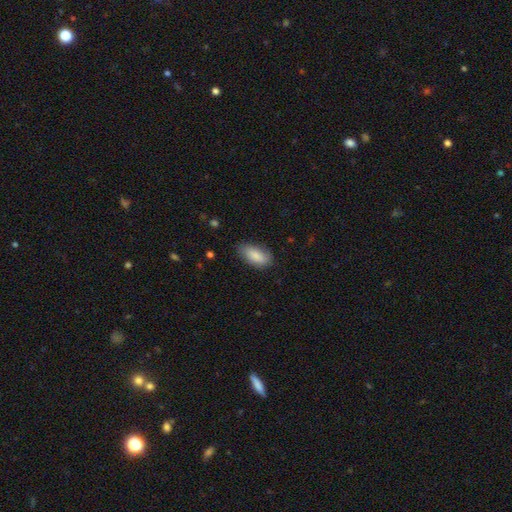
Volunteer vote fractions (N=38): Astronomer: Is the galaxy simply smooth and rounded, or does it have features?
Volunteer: smooth — 89%.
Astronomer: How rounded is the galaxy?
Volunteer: in between — 82%.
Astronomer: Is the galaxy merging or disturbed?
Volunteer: none — 78%.